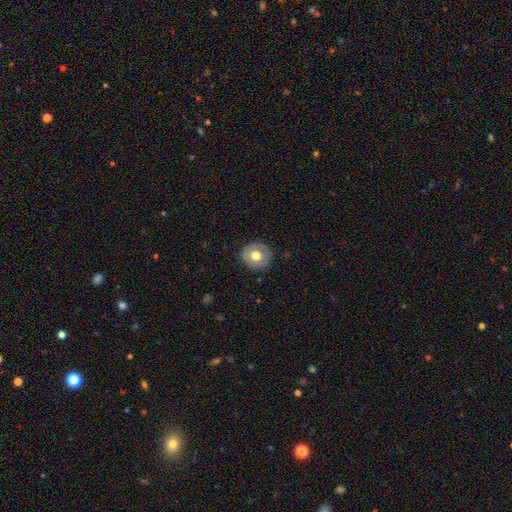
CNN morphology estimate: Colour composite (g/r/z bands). It shows a smooth galaxy with no disk features (60%) that is round (87%). Merging: none (84%).